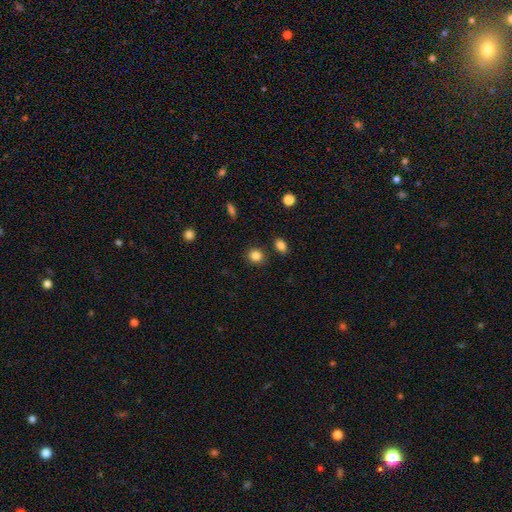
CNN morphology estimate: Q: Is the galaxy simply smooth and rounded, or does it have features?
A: smooth — 85%.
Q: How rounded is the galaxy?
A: round — 79%.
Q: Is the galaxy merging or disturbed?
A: none — 87%.